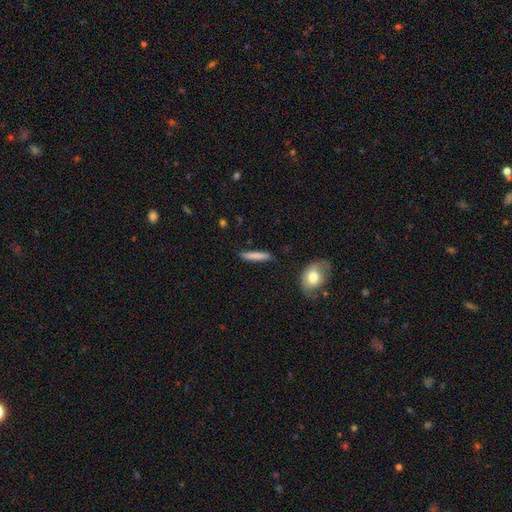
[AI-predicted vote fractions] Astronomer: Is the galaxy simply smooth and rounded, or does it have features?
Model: smooth — 79%.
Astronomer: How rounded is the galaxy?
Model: cigar-shaped — 91%.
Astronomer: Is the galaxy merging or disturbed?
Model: none — 86%.